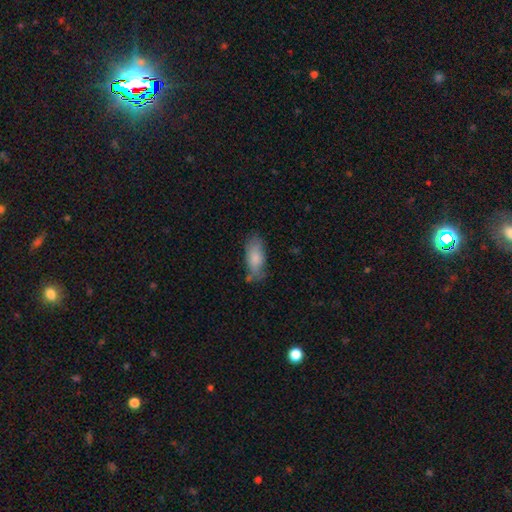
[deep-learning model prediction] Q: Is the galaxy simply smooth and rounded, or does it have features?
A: smooth — 76%.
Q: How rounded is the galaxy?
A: in between — 77%.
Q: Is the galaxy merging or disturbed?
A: none — 69%.